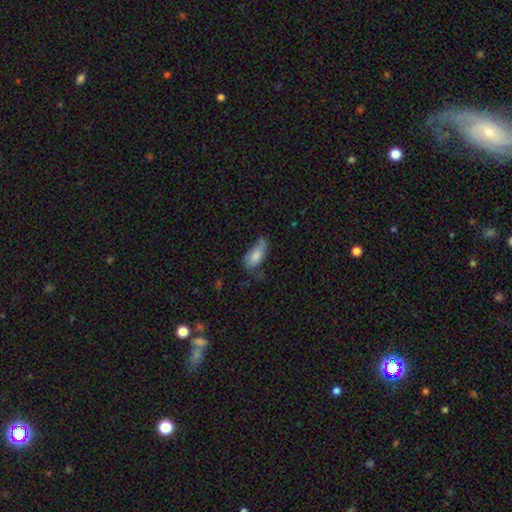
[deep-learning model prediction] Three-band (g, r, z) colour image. It shows a smooth galaxy with no disk features (75%) that is in between round and cigar-shaped (85%). Merging: minor disturbance (39%).